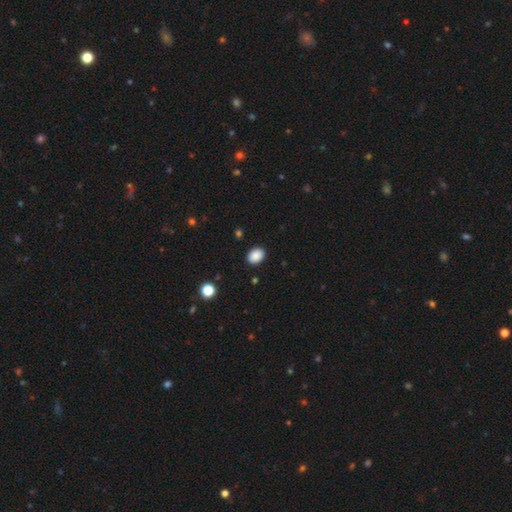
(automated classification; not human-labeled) Smooth or featured: smooth — 88% (star or artifact — 9%)
How rounded: in between — 68% (round — 31%)
Merging: none — 89% (minor disturbance — 8%)